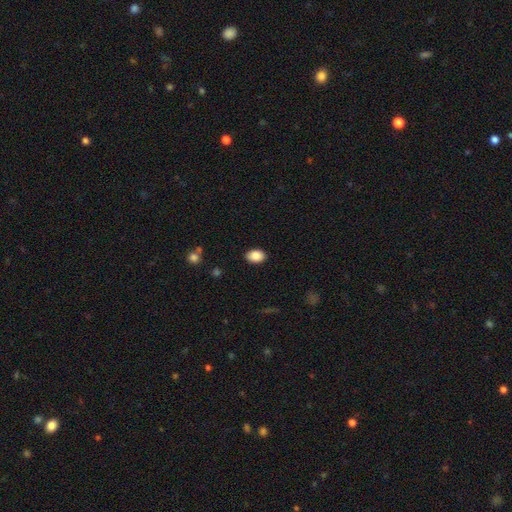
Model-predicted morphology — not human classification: This appears to be a smooth galaxy with no disk features (87%) that is in between round and cigar-shaped (84%). Merging: none (88%).